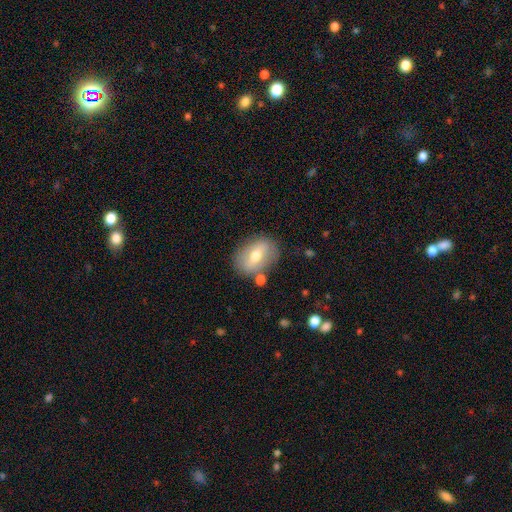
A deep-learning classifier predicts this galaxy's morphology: smooth-or-featured: smooth: 52% | featured or disk: 41% | star or artifact: 7%
  how-rounded: in between: 75% | round: 23% | cigar-shaped: 2%
  merging: none: 77% | minor disturbance: 14% | merger: 5% | major disturbance: 4%